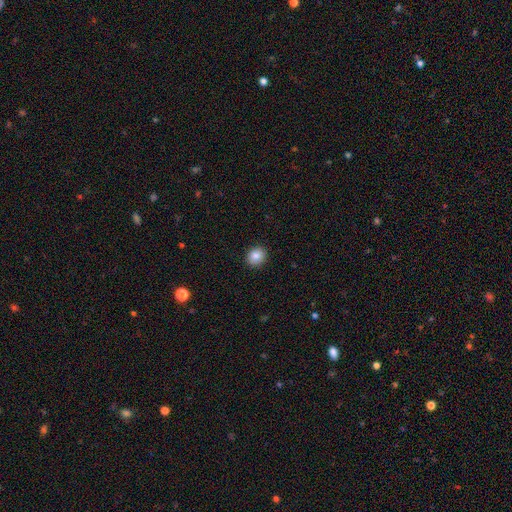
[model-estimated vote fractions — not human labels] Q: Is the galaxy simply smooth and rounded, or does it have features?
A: smooth — 84%.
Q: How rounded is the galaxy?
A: round — 75%.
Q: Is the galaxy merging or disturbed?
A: none — 91%.